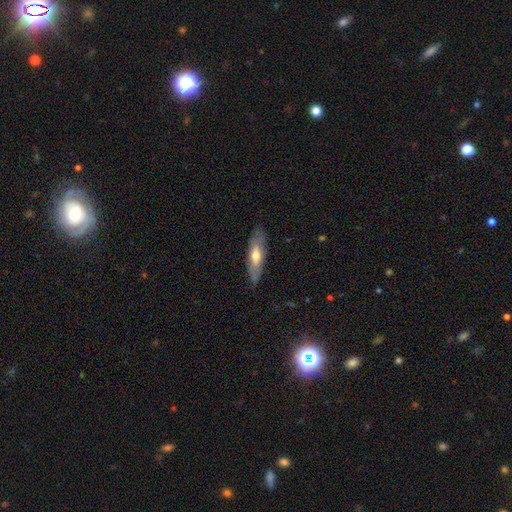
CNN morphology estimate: The model was most divided on "how rounded": cigar-shaped: 52%, in between: 46%, round: 2%. More confident: merging — none (81%); smooth or featured — smooth (53%).